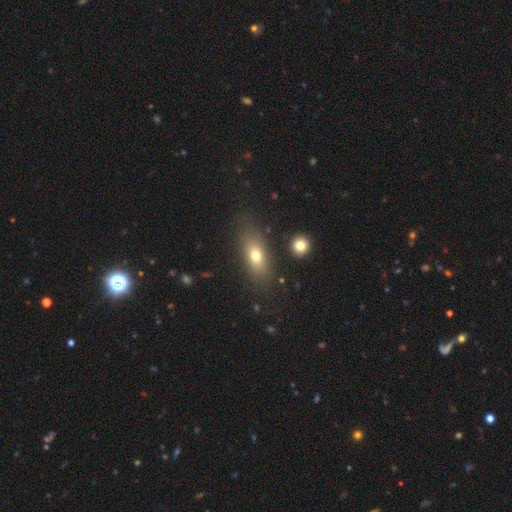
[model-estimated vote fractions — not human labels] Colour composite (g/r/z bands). It shows a smooth galaxy with no disk features (71%) that is in between round and cigar-shaped (75%). Merging: none (74%).